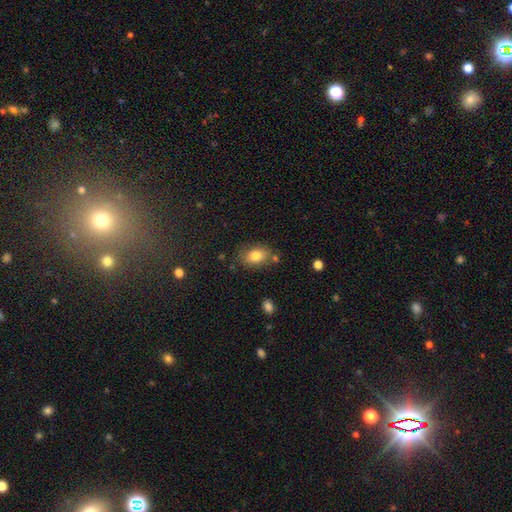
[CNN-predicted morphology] Q: Smooth or featured?
A: smooth (80%); runner-up: featured or disk (10%)
Q: How rounded?
A: in between (80%); runner-up: round (19%)
Q: Merging?
A: none (74%); runner-up: minor disturbance (15%)